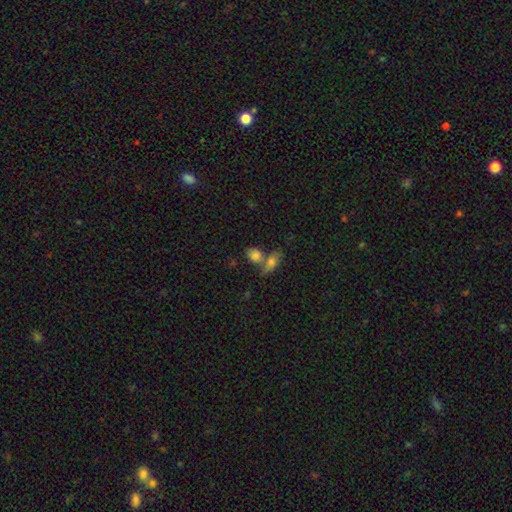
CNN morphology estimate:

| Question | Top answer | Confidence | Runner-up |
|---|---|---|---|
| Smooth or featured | smooth | 80% | featured or disk (11%) |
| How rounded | in between | 68% | round (27%) |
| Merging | merger | 44% | none (41%) |